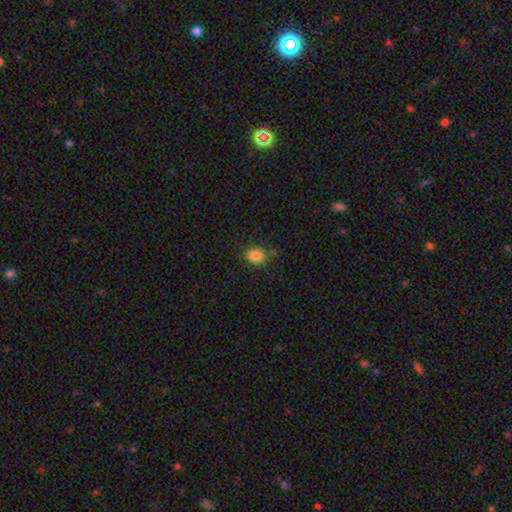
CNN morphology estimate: A smooth galaxy with no disk features (85%) that is in between round and cigar-shaped (56%).

Vote fractions:
- Smooth or featured? smooth: 85% / star or artifact: 10% / featured or disk: 5%
- How rounded? in between: 56% / round: 43% / cigar-shaped: 1%
- Merging? none: 80% / minor disturbance: 12% / merger: 4% / major disturbance: 3%